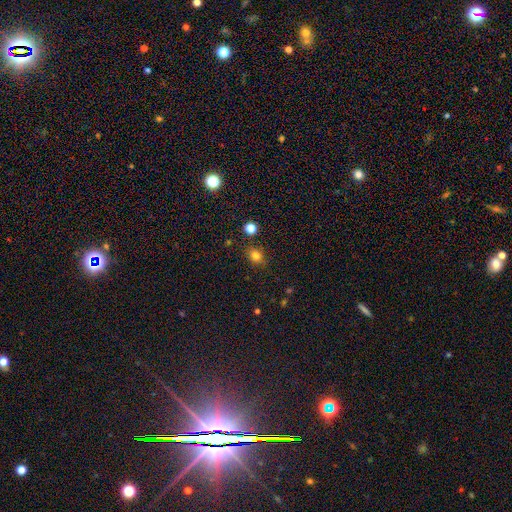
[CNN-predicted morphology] The model was most divided on "how rounded": round: 55%, in between: 43%, cigar-shaped: 1%. More confident: merging — none (82%); smooth or featured — smooth (80%).